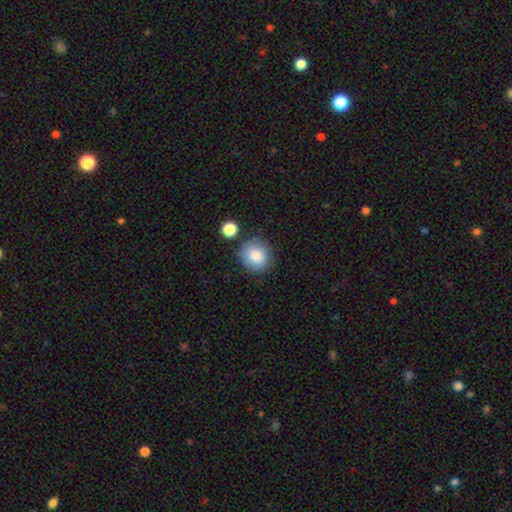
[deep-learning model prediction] smooth-or-featured: smooth: 84% | star or artifact: 8% | featured or disk: 8%
  how-rounded: round: 80% | in between: 19% | cigar-shaped: 1%
  merging: none: 72% | minor disturbance: 16% | merger: 7% | major disturbance: 5%